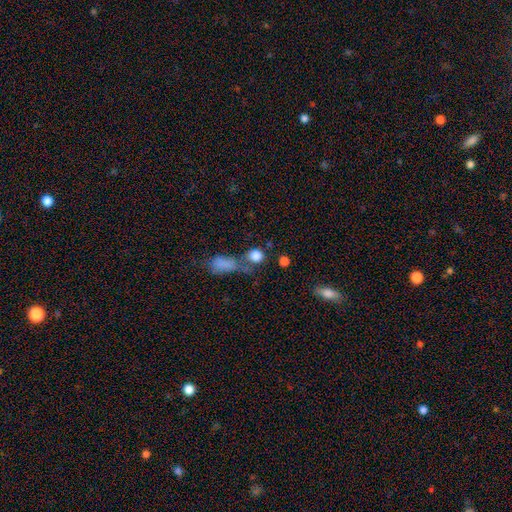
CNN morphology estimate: smooth-or-featured: smooth: 82% | star or artifact: 12% | featured or disk: 7%
  how-rounded: round: 79% | in between: 19% | cigar-shaped: 2%
  merging: none: 56% | merger: 24% | minor disturbance: 12% | major disturbance: 8%